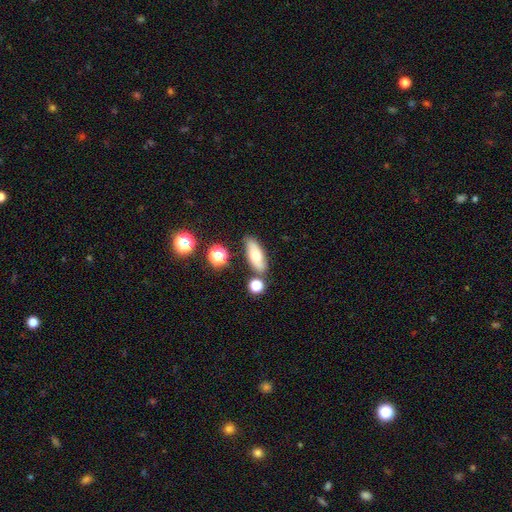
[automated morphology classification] smooth-or-featured: smooth: 66% | featured or disk: 24% | star or artifact: 10%
  how-rounded: in between: 67% | cigar-shaped: 28% | round: 5%
  merging: none: 74% | minor disturbance: 15% | merger: 8% | major disturbance: 4%